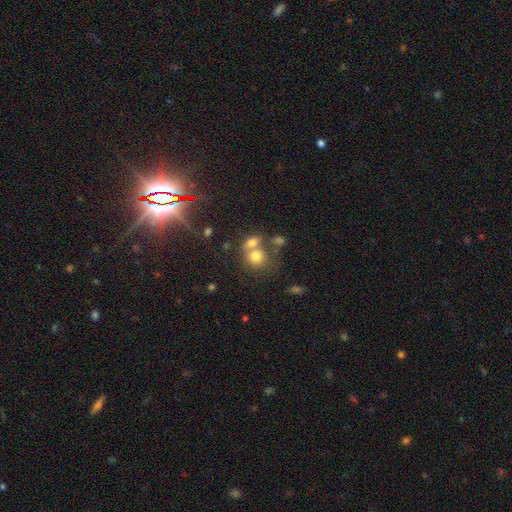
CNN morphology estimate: Q: Smooth or featured?
A: smooth (73%); runner-up: featured or disk (14%)
Q: How rounded?
A: round (72%); runner-up: in between (27%)
Q: Merging?
A: merger (49%); runner-up: none (36%)